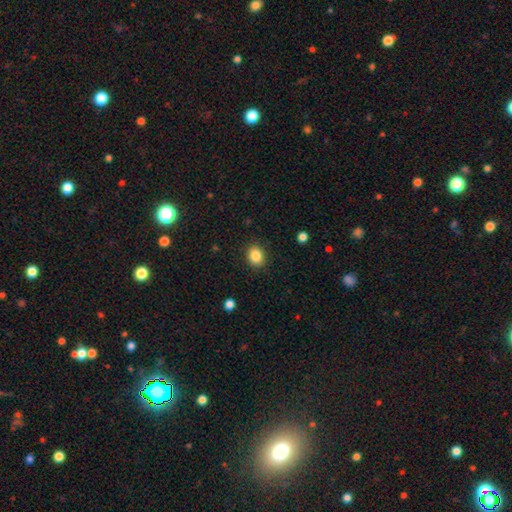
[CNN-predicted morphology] This is clearly a smooth galaxy (86%). How rounded: possibly round (59%). Merging: clearly none (89%).